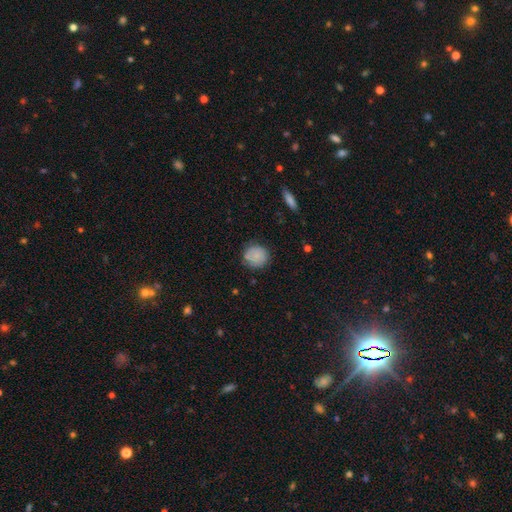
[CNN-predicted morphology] Smooth or featured? Predicted: smooth (p=0.83). How rounded? Predicted: round (p=0.88). Merging? Predicted: none (p=0.79).